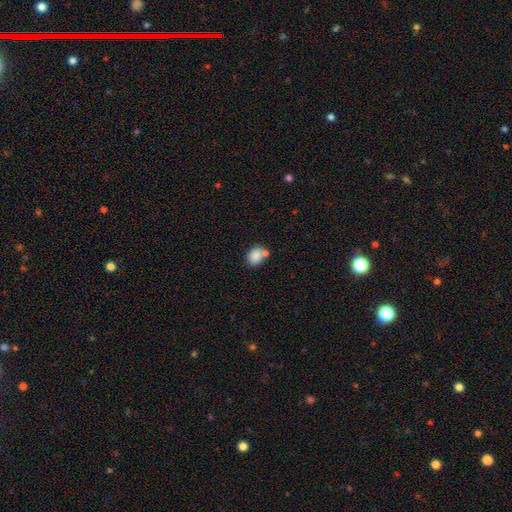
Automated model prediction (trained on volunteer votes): Smooth or featured?
  - smooth: 85% *
  - star or artifact: 9%
  - featured or disk: 6%
How rounded?
  - round: 55% *
  - in between: 44%
  - cigar-shaped: 1%
Merging?
  - none: 55% *
  - merger: 27%
  - minor disturbance: 14%
  - major disturbance: 4%